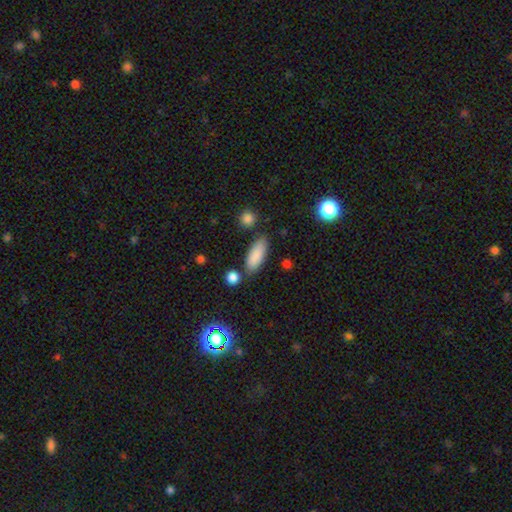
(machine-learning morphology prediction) smooth-or-featured: smooth: 87% | star or artifact: 7% | featured or disk: 6%
  how-rounded: in between: 74% | cigar-shaped: 23% | round: 2%
  merging: none: 78% | minor disturbance: 13% | merger: 6% | major disturbance: 3%